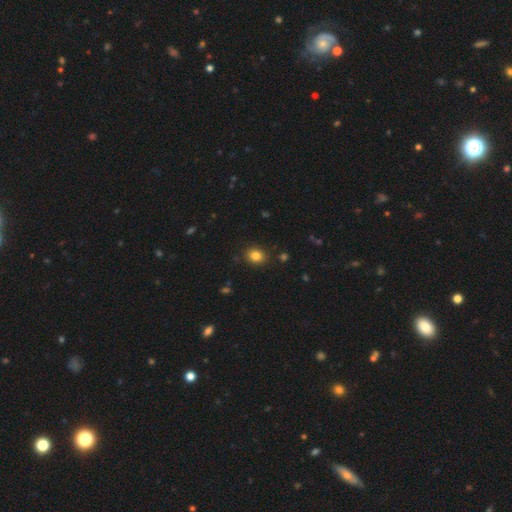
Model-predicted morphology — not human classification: Q: Smooth or featured?
A: smooth (83%); runner-up: star or artifact (11%)
Q: How rounded?
A: round (61%); runner-up: in between (38%)
Q: Merging?
A: none (88%); runner-up: minor disturbance (9%)